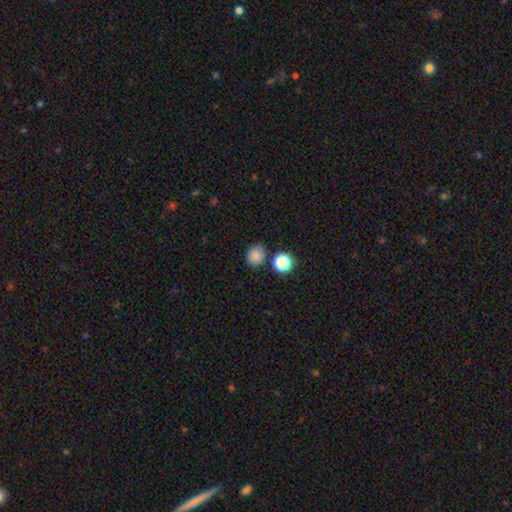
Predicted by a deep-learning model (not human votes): Morphology: type=smooth (83%); roundness=round (62%); merging=none (79%).